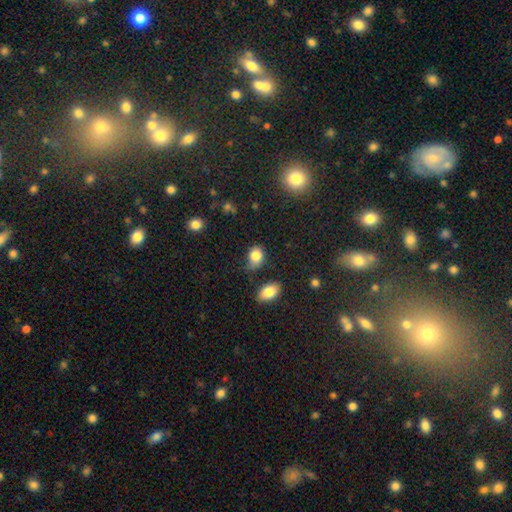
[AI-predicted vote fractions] Overall: smooth (83%). How rounded: in between (58%; round 41%). Merging: none (50%; minor disturbance 35%).